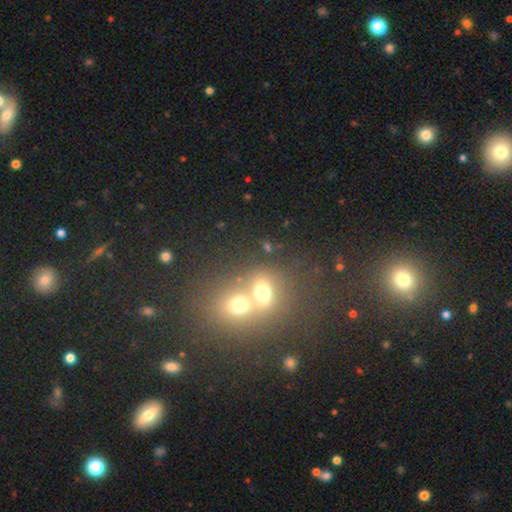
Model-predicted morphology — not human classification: Smooth or featured? Predicted: smooth (p=0.48). Merging? Predicted: merger (p=0.47).